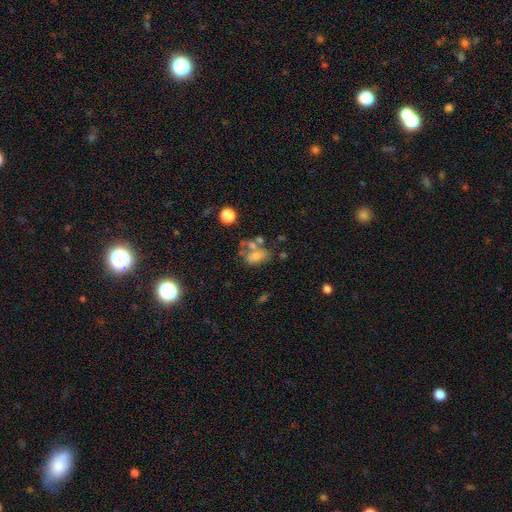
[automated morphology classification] Smooth or featured? Predicted: smooth (p=0.53). How rounded? Predicted: in between (p=0.77). Merging? Predicted: none (p=0.39).